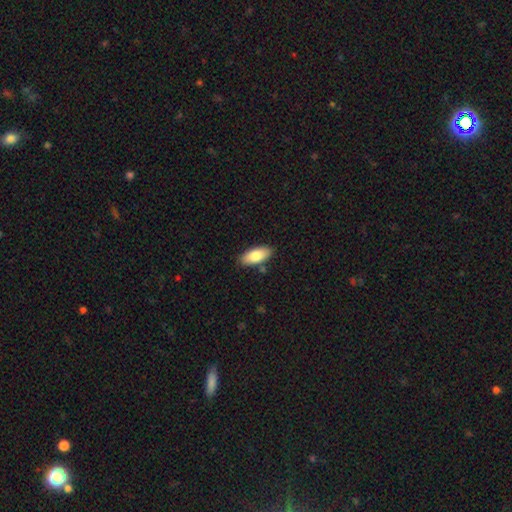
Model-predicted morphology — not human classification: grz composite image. It shows a smooth galaxy with no disk features (81%) that is in between round and cigar-shaped (87%). Merging: none (85%).